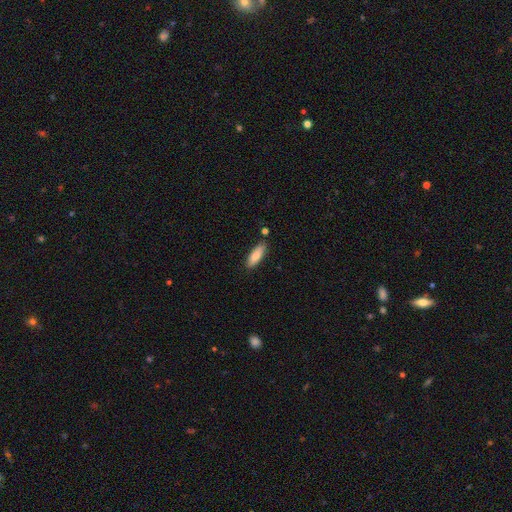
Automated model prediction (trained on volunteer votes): Smooth or featured? Predicted: smooth (p=0.78). How rounded? Predicted: in between (p=0.54). Merging? Predicted: none (p=0.84).